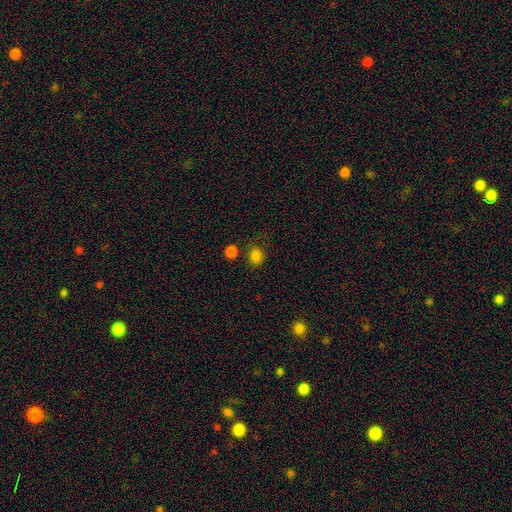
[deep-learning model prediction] smooth 83%, star or artifact 13%, featured or disk 4%. Down the decision tree: how rounded — round (65%); merging — none (74%).